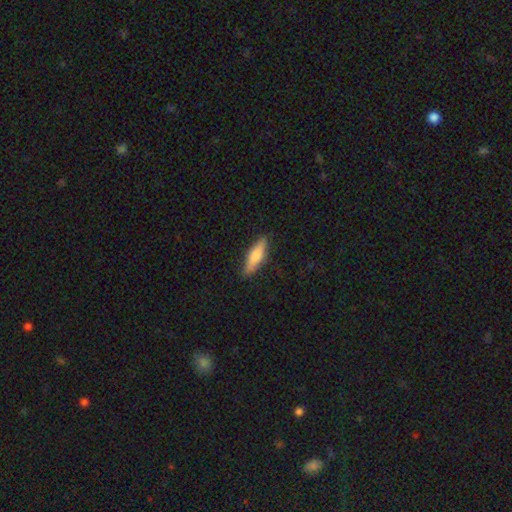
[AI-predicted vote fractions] The model was most divided on "how rounded": cigar-shaped: 65%, in between: 33%, round: 2%. More confident: merging — none (86%); smooth or featured — smooth (74%).